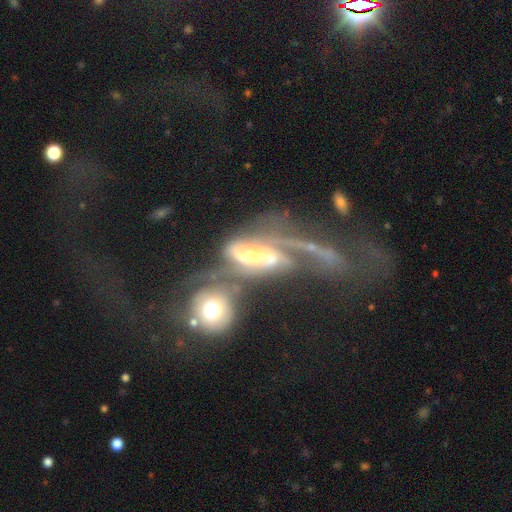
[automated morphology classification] Q: Smooth or featured?
A: featured or disk (74%); runner-up: smooth (15%)
Q: Edge-on disk?
A: no (88%); runner-up: yes (12%)
Q: Bar?
A: no (36%); runner-up: strong (34%)
Q: Spiral arms?
A: yes (79%); runner-up: no (21%)
Q: Spiral winding?
A: loose (43%); runner-up: medium (34%)
Q: Spiral arm count?
A: 2 (48%); runner-up: can't tell (24%)
Q: Bulge size?
A: moderate (44%); runner-up: large (21%)
Q: Merging?
A: merger (49%); runner-up: major disturbance (30%)